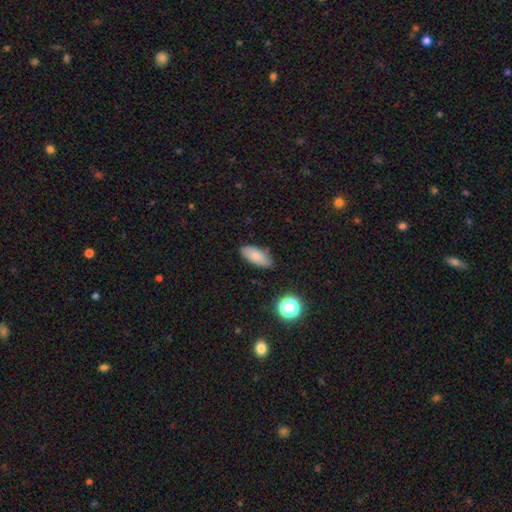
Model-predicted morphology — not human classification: smooth_or_featured: smooth (p=0.81) [alt: featured or disk p=0.10]
how_rounded: in between (p=0.86) [alt: cigar-shaped p=0.11]
merging: none (p=0.82) [alt: minor disturbance p=0.14]